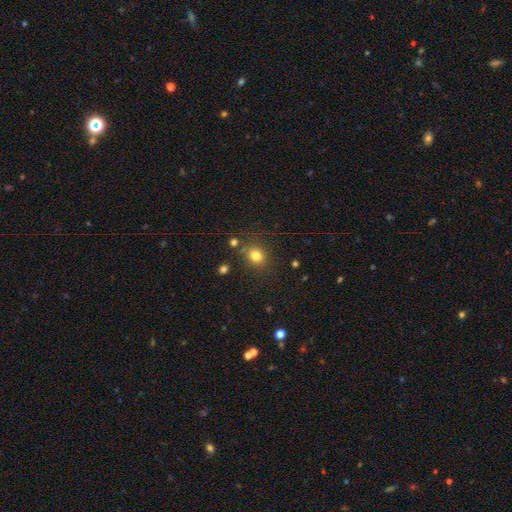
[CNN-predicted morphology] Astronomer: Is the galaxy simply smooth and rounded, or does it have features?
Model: smooth — 79%.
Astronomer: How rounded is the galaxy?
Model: round — 72%.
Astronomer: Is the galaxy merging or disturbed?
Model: none — 77%.